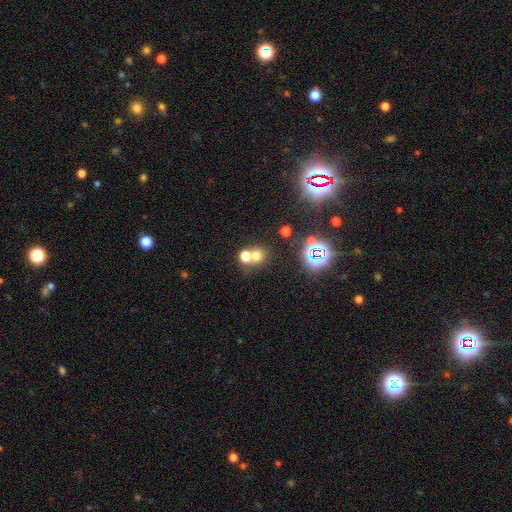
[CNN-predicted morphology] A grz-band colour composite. It shows a smooth galaxy with no disk features (65%) that is round (79%). Merging: none (46%).